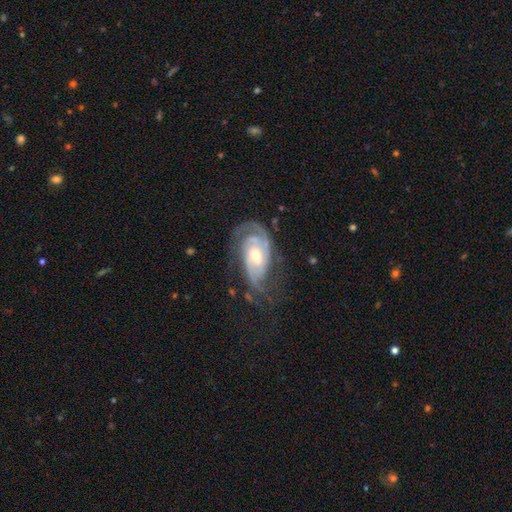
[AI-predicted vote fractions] Smooth or featured? Predicted: featured or disk (p=0.88). Edge-on disk? Predicted: no (p=0.96). Bar? Predicted: no (p=0.51). Spiral arms? Predicted: yes (p=0.97). Spiral winding? Predicted: tight (p=0.55). Spiral arm count? Predicted: 2 (p=0.56). Bulge size? Predicted: moderate (p=0.55). Merging? Predicted: none (p=0.59).